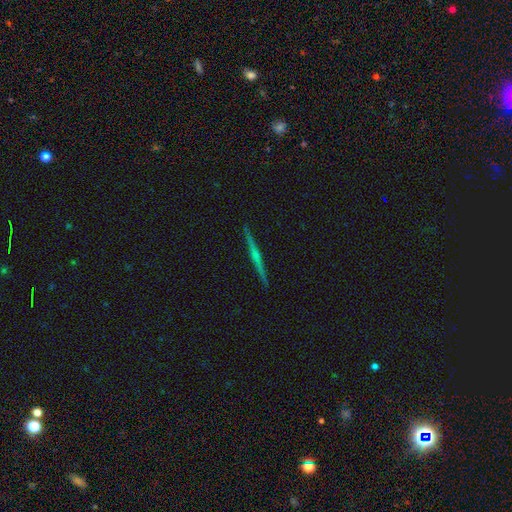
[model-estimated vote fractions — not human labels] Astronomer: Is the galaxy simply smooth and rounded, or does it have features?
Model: featured or disk — 71%.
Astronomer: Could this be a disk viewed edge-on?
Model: yes — 98%.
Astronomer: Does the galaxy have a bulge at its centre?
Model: rounded — 46% (runner-up: none, 42%).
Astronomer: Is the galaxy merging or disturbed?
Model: none — 93%.